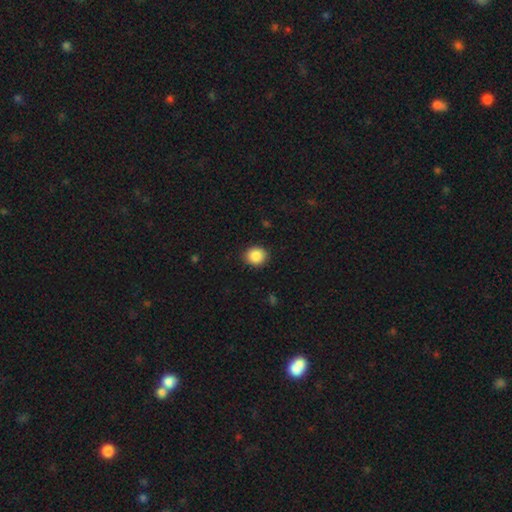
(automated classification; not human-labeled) Q: Smooth or featured?
A: smooth (88%); runner-up: star or artifact (9%)
Q: How rounded?
A: round (82%); runner-up: in between (17%)
Q: Merging?
A: none (90%); runner-up: minor disturbance (7%)